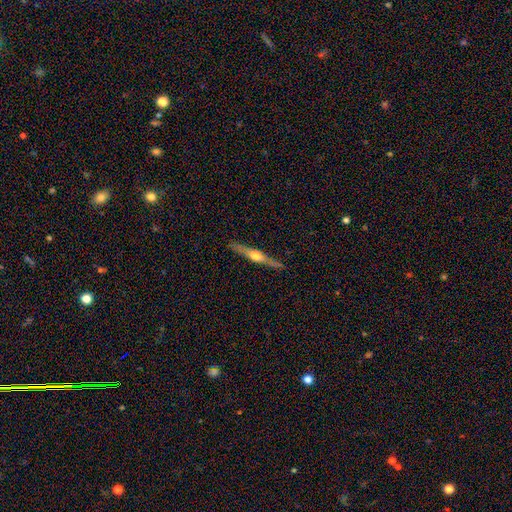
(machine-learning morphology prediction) Q: Smooth or featured?
A: featured or disk (72%); runner-up: smooth (23%)
Q: Edge-on disk?
A: yes (97%); runner-up: no (3%)
Q: Edge-on bulge?
A: rounded (92%); runner-up: boxy (4%)
Q: Merging?
A: none (88%); runner-up: minor disturbance (9%)